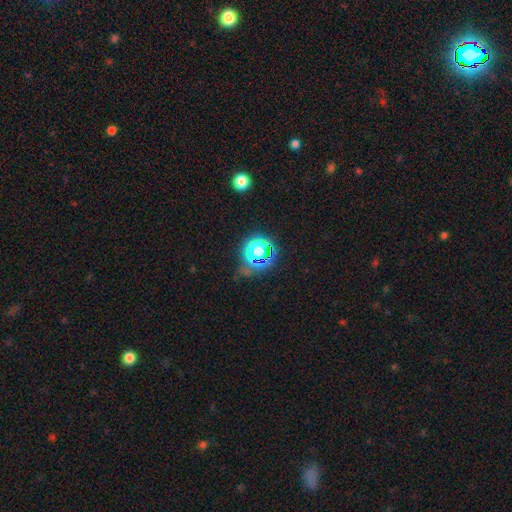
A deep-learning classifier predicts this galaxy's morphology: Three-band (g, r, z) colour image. It shows a star or artifact, not a galaxy (75%).